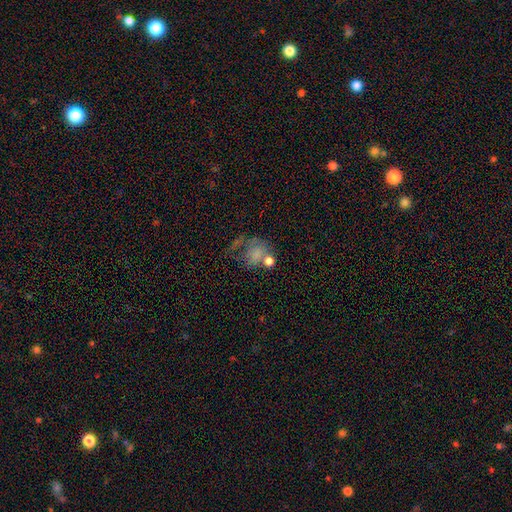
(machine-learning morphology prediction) Overall: smooth (55%; featured or disk 28%). How rounded: round (60%; in between 39%). Merging: major disturbance (33%; none 29%).